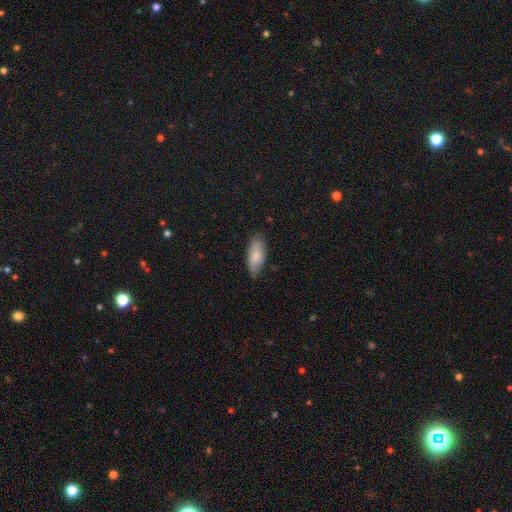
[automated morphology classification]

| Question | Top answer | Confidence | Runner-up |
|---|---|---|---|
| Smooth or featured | smooth | 81% | featured or disk (13%) |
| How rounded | in between | 85% | cigar-shaped (13%) |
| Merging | none | 78% | minor disturbance (18%) |